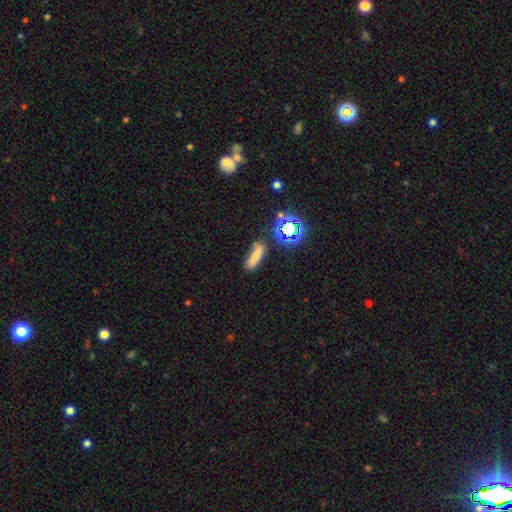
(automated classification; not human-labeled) Smooth or featured? Predicted: smooth (p=0.66). How rounded? Predicted: cigar-shaped (p=0.54). Merging? Predicted: none (p=0.71).